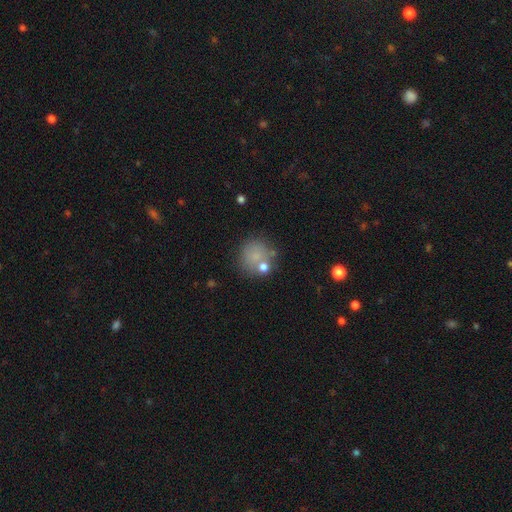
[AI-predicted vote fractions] smooth 72%, star or artifact 14%, featured or disk 14%. Down the decision tree: how rounded — round (89%); merging — none (65%).